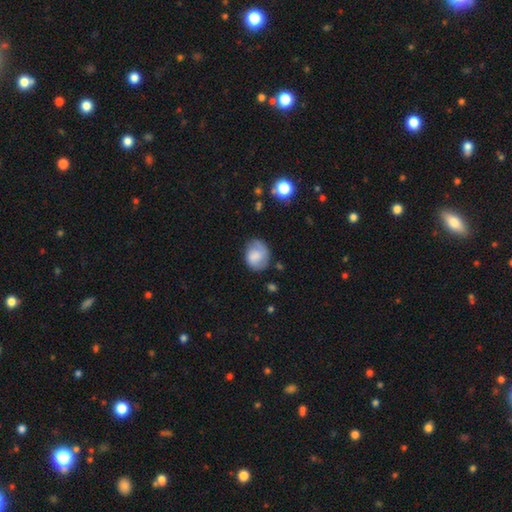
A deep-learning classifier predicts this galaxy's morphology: Smooth or featured: smooth — 69% (featured or disk — 23%)
How rounded: round — 58% (in between — 41%)
Merging: none — 60% (minor disturbance — 28%)